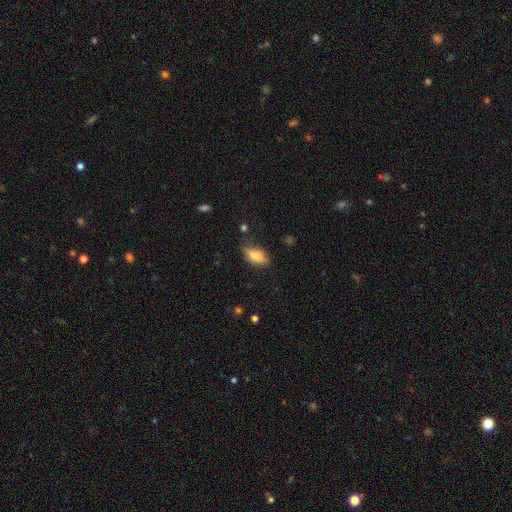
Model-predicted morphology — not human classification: type=smooth (76%); roundness=in between (85%); merging=none (67%).